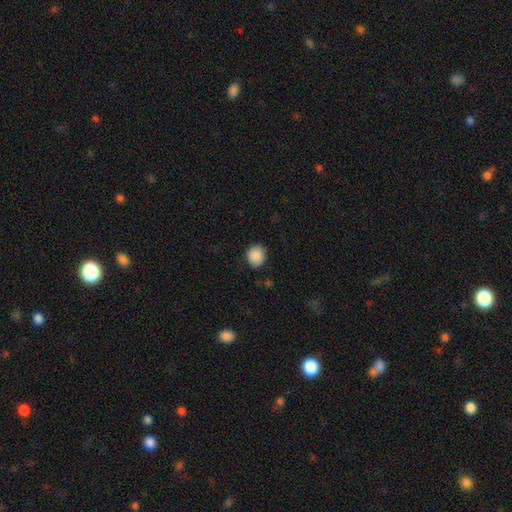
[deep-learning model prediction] A smooth galaxy with no disk features (89%) that is round (72%).

Vote fractions:
- Smooth or featured? smooth: 89% / star or artifact: 8% / featured or disk: 3%
- How rounded? round: 72% / in between: 27% / cigar-shaped: 1%
- Merging? none: 86% / minor disturbance: 11% / major disturbance: 3% / merger: 1%